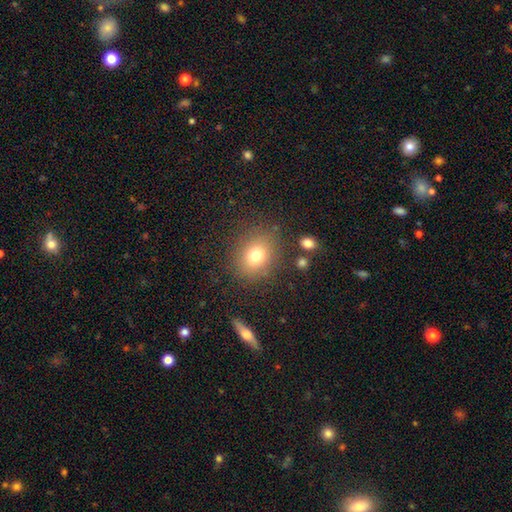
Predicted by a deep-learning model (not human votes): smooth_or_featured: smooth (p=0.75) [alt: star or artifact p=0.13]
how_rounded: round (p=0.61) [alt: in between p=0.38]
merging: none (p=0.82) [alt: minor disturbance p=0.11]